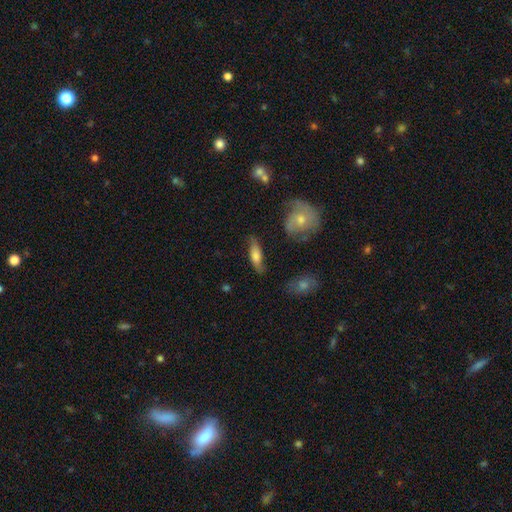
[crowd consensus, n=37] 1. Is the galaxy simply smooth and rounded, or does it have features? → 73% smooth, 27% featured or disk, 0% star or artifact.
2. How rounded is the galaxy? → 56% cigar-shaped, 33% in between, 11% round.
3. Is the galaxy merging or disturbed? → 84% none, 16% minor disturbance, 0% major disturbance, 0% merger.